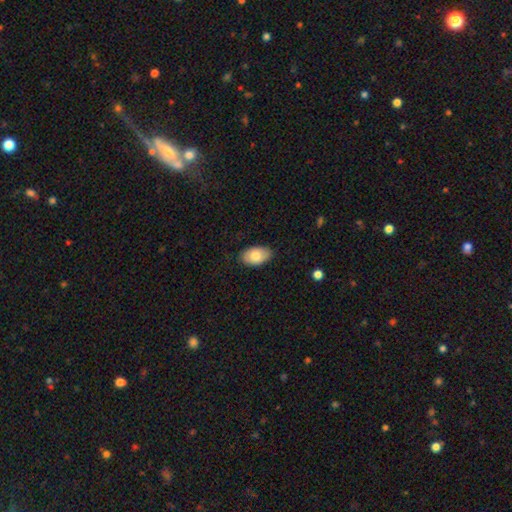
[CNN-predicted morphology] This is likely a smooth galaxy (79%). How rounded: clearly in between (93%). Merging: clearly none (84%).